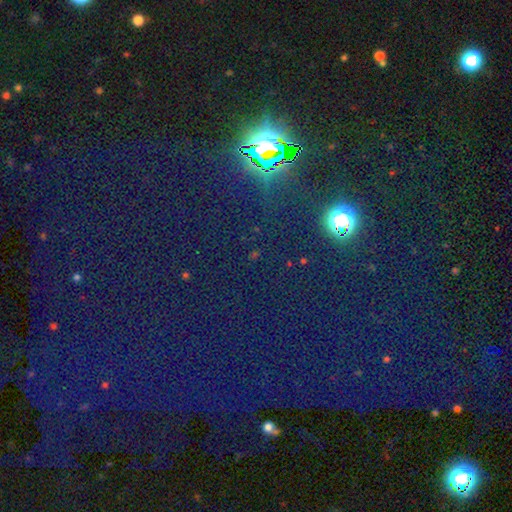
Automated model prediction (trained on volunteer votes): This appears to be a star or artifact, not a galaxy (79%).